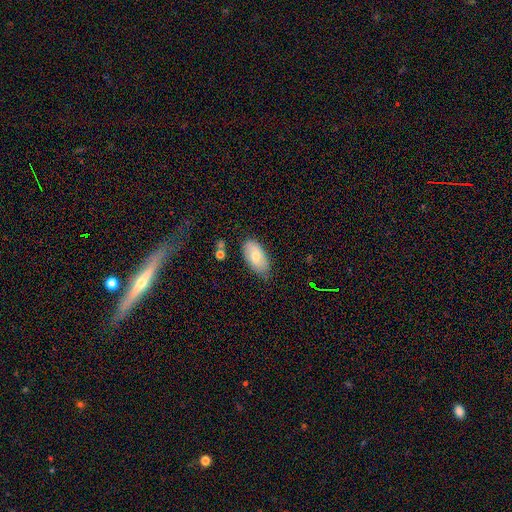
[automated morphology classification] Overall: smooth (73%). How rounded: in between (94%). Merging: none (74%).